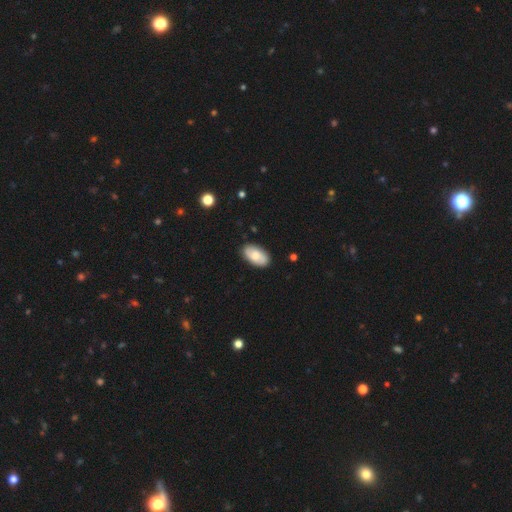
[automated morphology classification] Smooth or featured: smooth — 72% (featured or disk — 22%)
How rounded: in between — 95% (round — 3%)
Merging: none — 86% (minor disturbance — 11%)